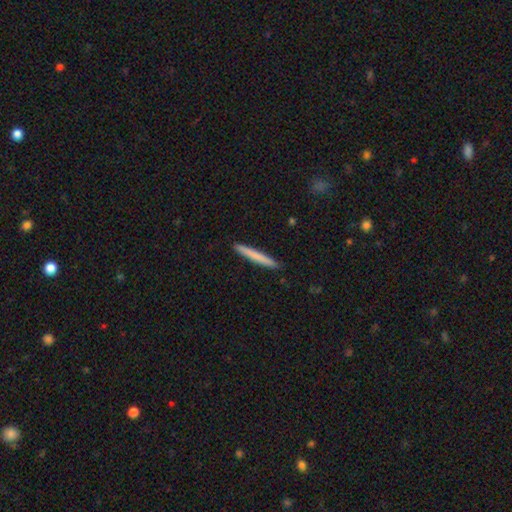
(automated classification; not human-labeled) Smooth or featured? smooth (73%)
How rounded? cigar-shaped (97%)
Merging? none (92%)